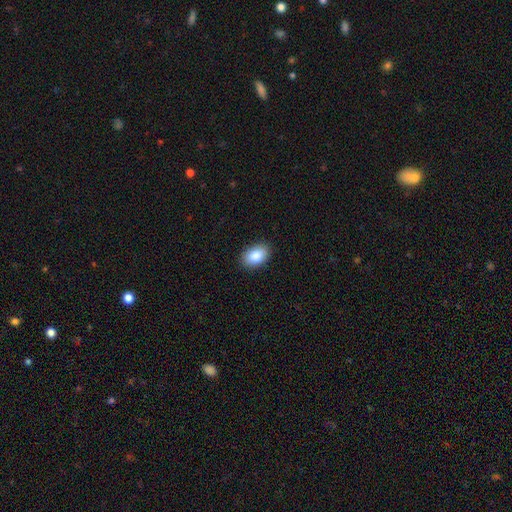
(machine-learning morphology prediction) Smooth or featured? Predicted: smooth (p=0.87). How rounded? Predicted: in between (p=0.90). Merging? Predicted: none (p=0.89).